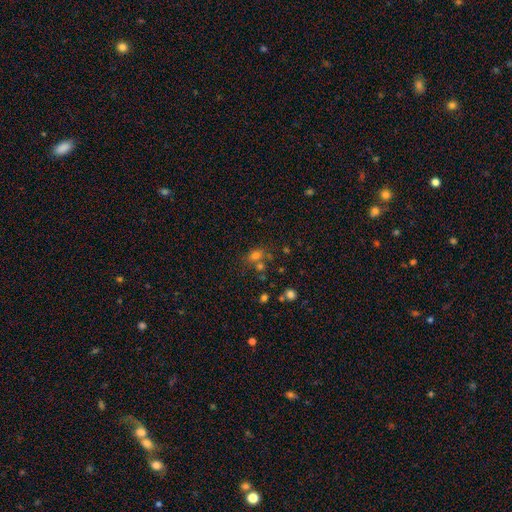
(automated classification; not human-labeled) smooth 62%, star or artifact 27%, featured or disk 11%. Down the decision tree: how rounded — in between (60%); merging — none (55%).